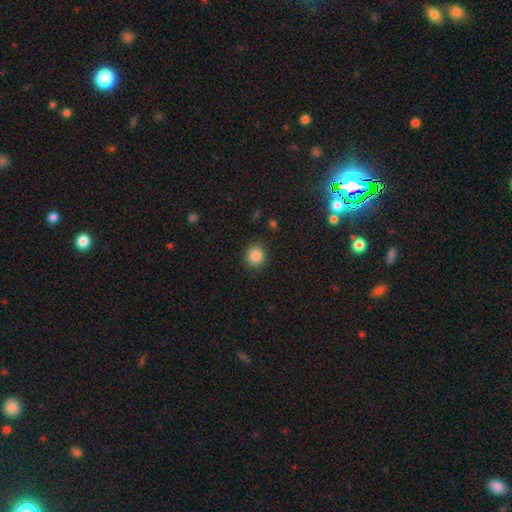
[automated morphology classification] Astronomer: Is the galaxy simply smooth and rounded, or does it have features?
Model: smooth — 86%.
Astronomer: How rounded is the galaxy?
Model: round — 87%.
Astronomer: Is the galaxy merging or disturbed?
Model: none — 89%.